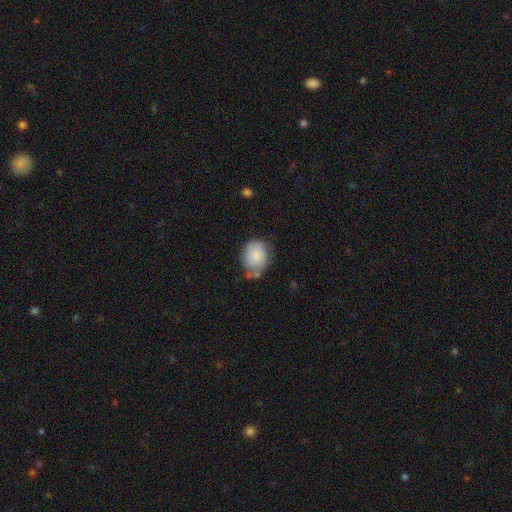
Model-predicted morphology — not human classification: Smooth or featured? Predicted: smooth (p=0.82). How rounded? Predicted: round (p=0.59). Merging? Predicted: none (p=0.51).